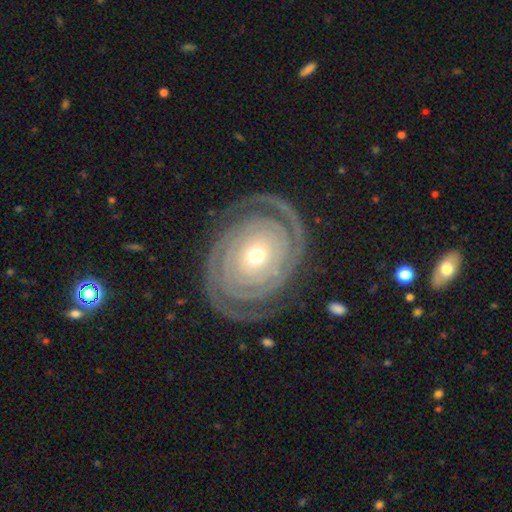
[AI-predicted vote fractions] This appears to be a featured or disk galaxy (91%) with no bar (80%), 2 (71%) tight (89%) spiral arms (97%) and a small central bulge (53%). Merging: none (83%).